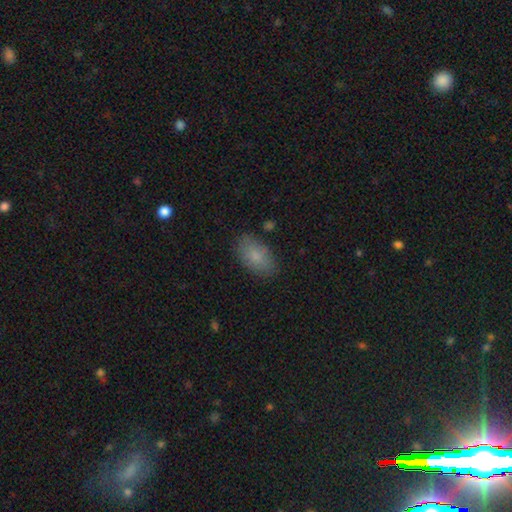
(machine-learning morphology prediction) A smooth galaxy with no disk features (82%) that is in between round and cigar-shaped (93%). Merging: none (82%).